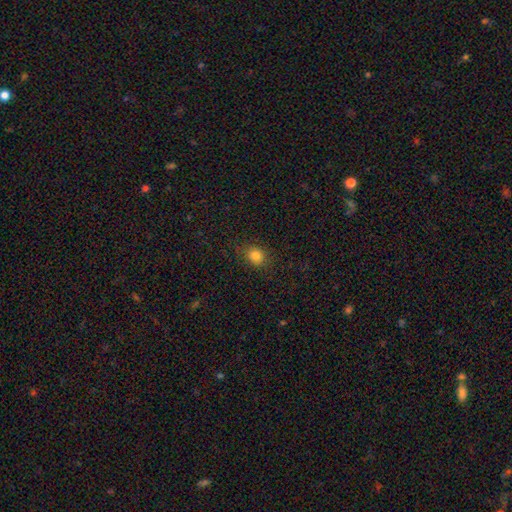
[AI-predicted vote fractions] smooth_or_featured: smooth (p=0.81) [alt: star or artifact p=0.13]
how_rounded: round (p=0.69) [alt: in between p=0.30]
merging: none (p=0.83) [alt: minor disturbance p=0.12]